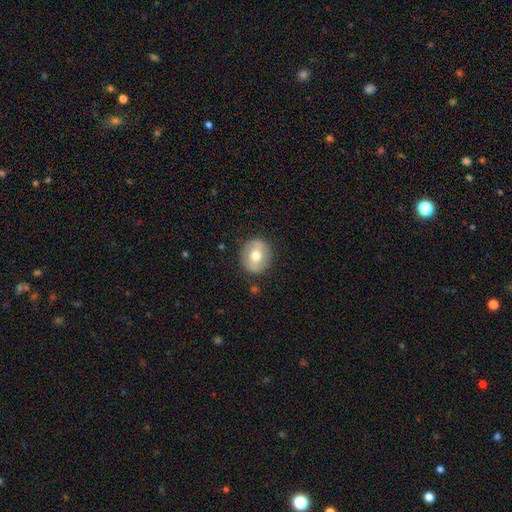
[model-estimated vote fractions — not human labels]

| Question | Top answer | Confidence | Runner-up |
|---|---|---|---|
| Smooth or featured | smooth | 55% | featured or disk (38%) |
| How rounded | round | 82% | in between (16%) |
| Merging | none | 86% | minor disturbance (9%) |